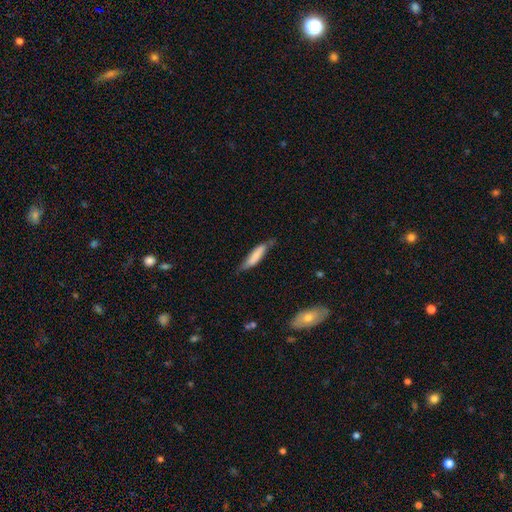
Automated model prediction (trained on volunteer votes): A smooth galaxy with no disk features (72%) that is cigar-shaped (79%).

Vote fractions:
- Smooth or featured? smooth: 72% / featured or disk: 22% / star or artifact: 6%
- How rounded? cigar-shaped: 79% / in between: 19% / round: 1%
- Merging? none: 62% / minor disturbance: 29% / major disturbance: 6% / merger: 2%